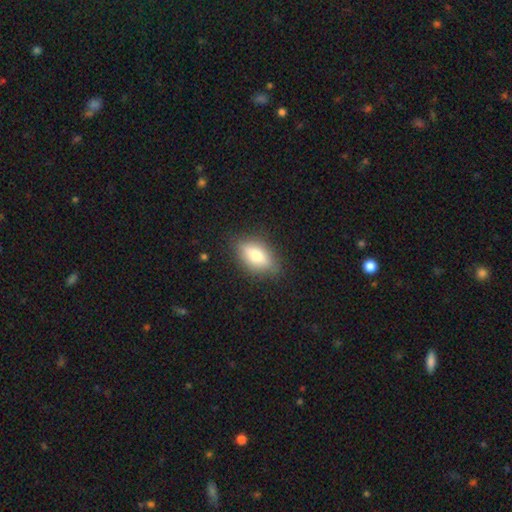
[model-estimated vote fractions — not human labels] Smooth or featured? smooth (69%)
How rounded? in between (83%)
Merging? none (81%)